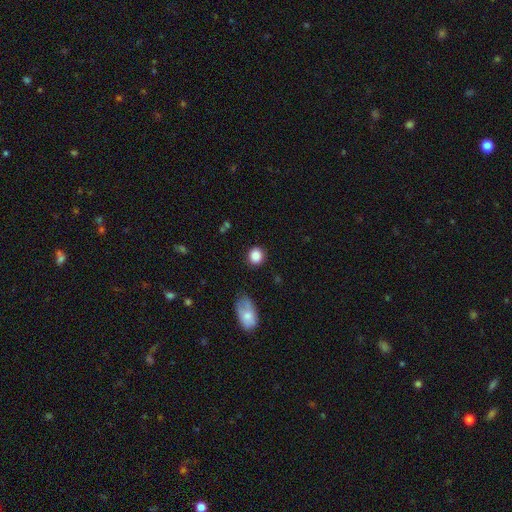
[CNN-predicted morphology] This is clearly a smooth galaxy (86%). How rounded: likely round (80%). Merging: clearly none (86%).